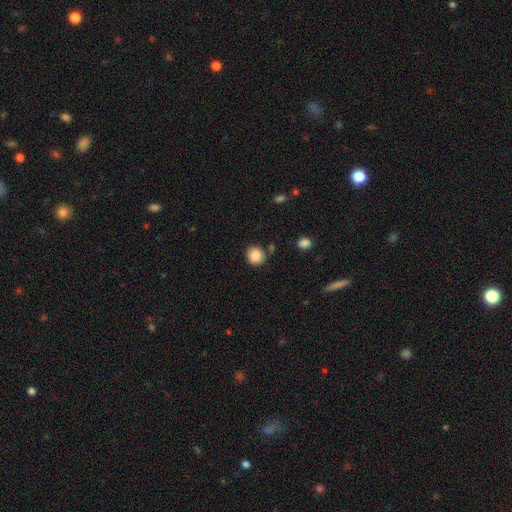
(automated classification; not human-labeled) This appears to be a smooth galaxy with no disk features (85%) that is round (89%). Merging: none (83%).